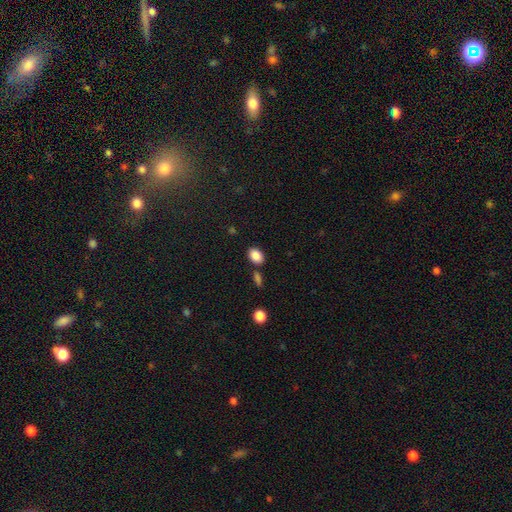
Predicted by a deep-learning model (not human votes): Smooth or featured?
  - smooth: 87% *
  - star or artifact: 9%
  - featured or disk: 4%
How rounded?
  - in between: 77% *
  - round: 22%
  - cigar-shaped: 1%
Merging?
  - none: 77% *
  - minor disturbance: 11%
  - merger: 9%
  - major disturbance: 3%